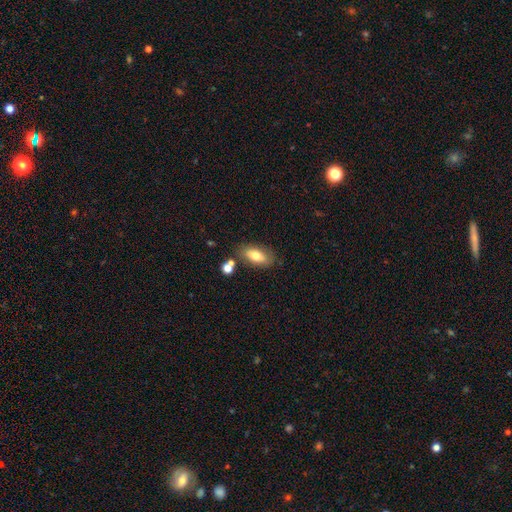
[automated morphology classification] Overall: smooth (71%). How rounded: in between (85%). Merging: none (73%).